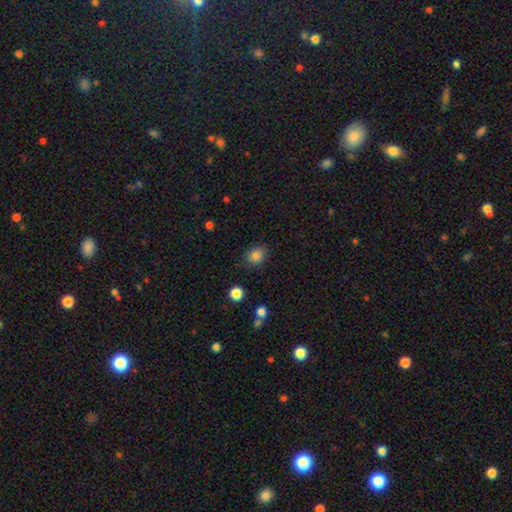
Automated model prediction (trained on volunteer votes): smooth_or_featured: smooth (p=0.83) [alt: star or artifact p=0.11]
how_rounded: round (p=0.56) [alt: in between p=0.43]
merging: none (p=0.80) [alt: minor disturbance p=0.15]